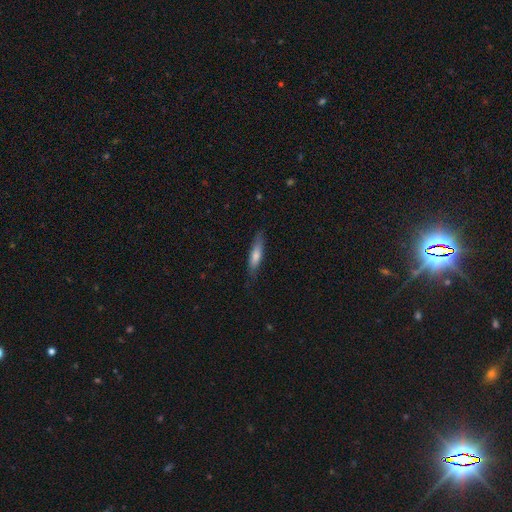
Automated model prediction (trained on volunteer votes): Smooth or featured?
  - smooth: 69% *
  - featured or disk: 25%
  - star or artifact: 6%
How rounded?
  - cigar-shaped: 76% *
  - in between: 22%
  - round: 2%
Merging?
  - none: 78% *
  - minor disturbance: 17%
  - major disturbance: 4%
  - merger: 1%